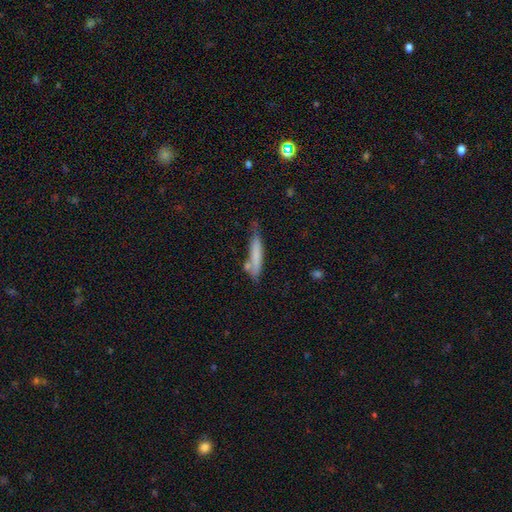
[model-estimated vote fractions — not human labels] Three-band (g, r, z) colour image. It shows a smooth galaxy with no disk features (69%) that is cigar-shaped (89%). Merging: none (58%).